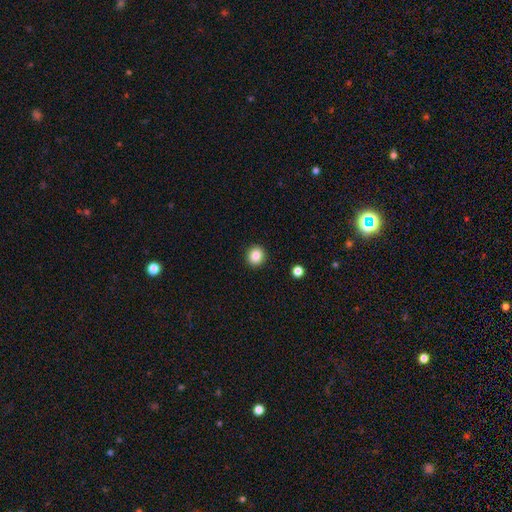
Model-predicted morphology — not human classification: This appears to be a smooth galaxy with no disk features (86%) that is round (88%). Merging: none (92%).